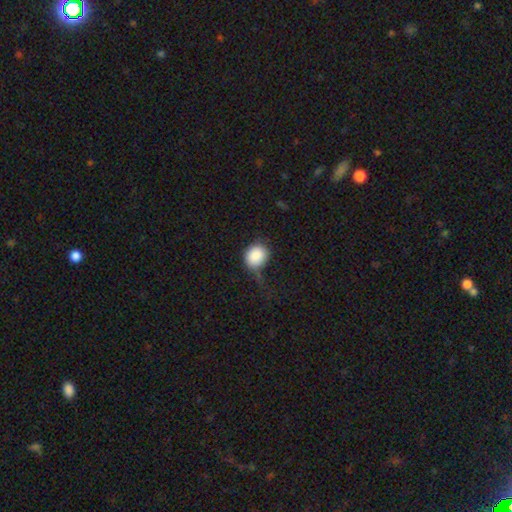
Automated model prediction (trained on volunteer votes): Smooth or featured?
  - smooth: 87% *
  - star or artifact: 7%
  - featured or disk: 6%
How rounded?
  - round: 72% *
  - in between: 27%
  - cigar-shaped: 1%
Merging?
  - none: 38% *
  - minor disturbance: 37%
  - major disturbance: 22%
  - merger: 3%